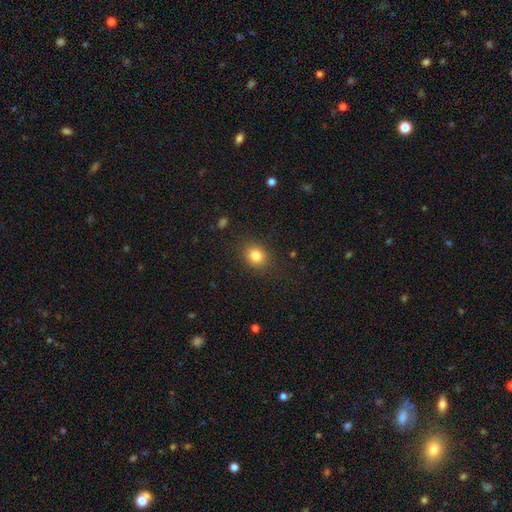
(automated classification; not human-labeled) Overall: smooth (83%). How rounded: round (61%; in between 38%). Merging: none (86%).